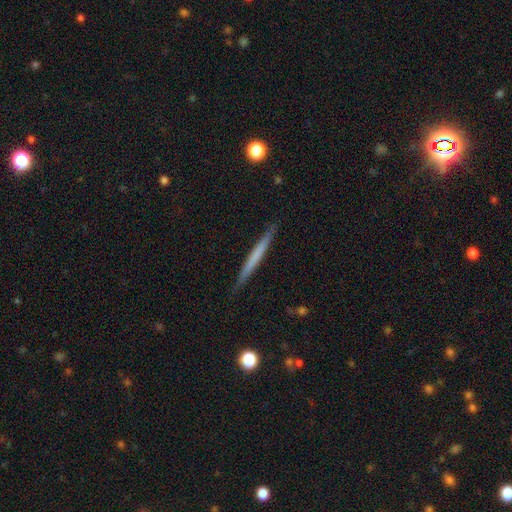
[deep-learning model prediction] This appears to be a smooth galaxy with no disk features (51%) that is cigar-shaped (97%). Merging: none (91%).